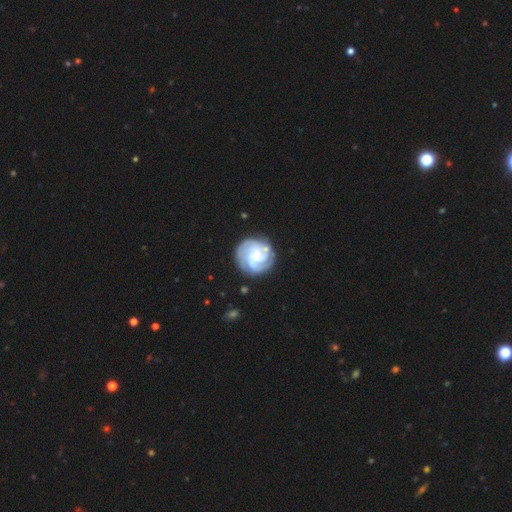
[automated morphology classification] This appears to be a featured or disk galaxy (84%) with no bar (56%), 3 (40%) tight (64%) spiral arms (97%) and a small central bulge (56%). Merging: none (76%).